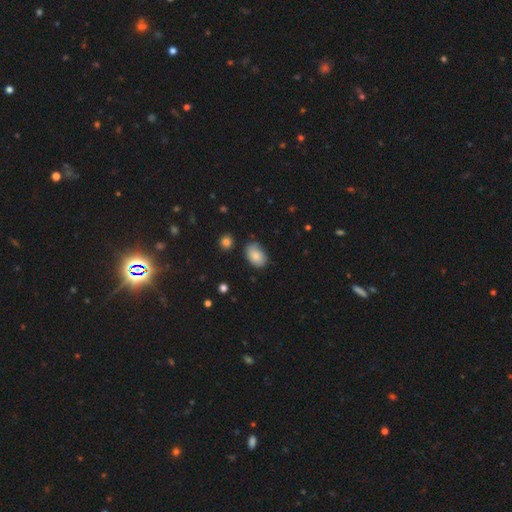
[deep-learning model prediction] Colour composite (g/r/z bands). It shows a smooth galaxy with no disk features (83%) that is in between round and cigar-shaped (83%). Merging: none (64%).